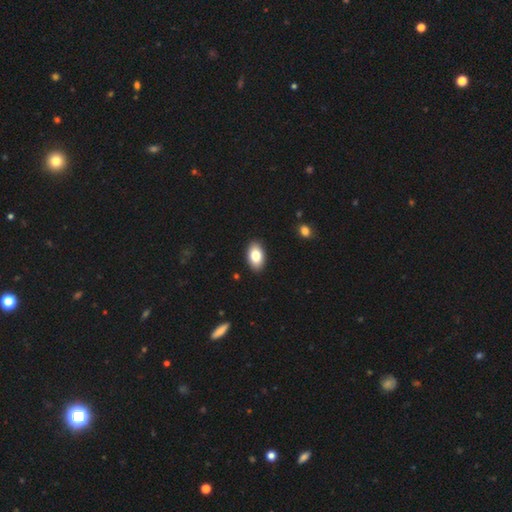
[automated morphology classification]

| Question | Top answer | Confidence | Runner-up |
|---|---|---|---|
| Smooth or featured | smooth | 83% | featured or disk (10%) |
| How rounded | in between | 93% | round (5%) |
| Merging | none | 90% | minor disturbance (8%) |